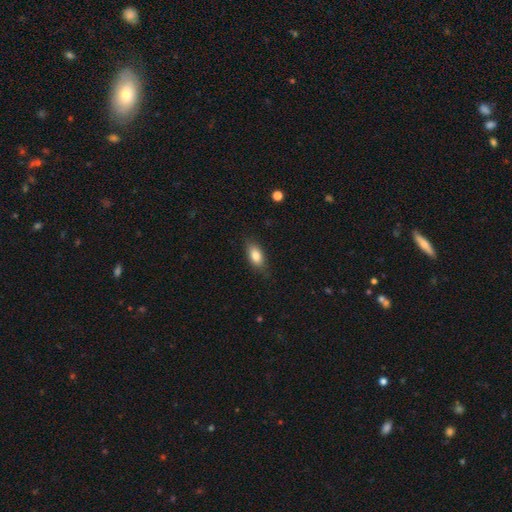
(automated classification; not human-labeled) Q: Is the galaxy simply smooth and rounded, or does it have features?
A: smooth — 81%.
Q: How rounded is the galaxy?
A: in between — 85%.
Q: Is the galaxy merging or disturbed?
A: none — 79%.